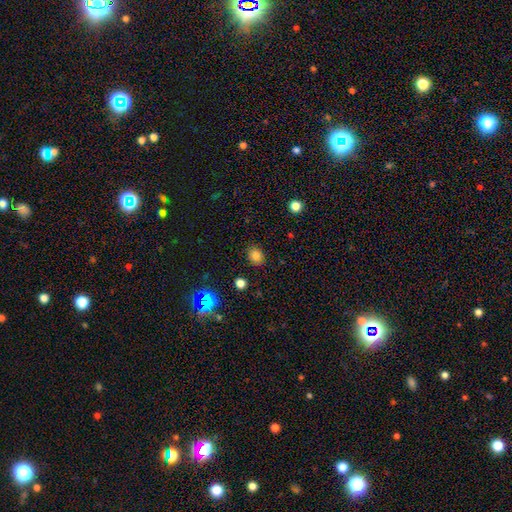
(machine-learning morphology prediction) This is clearly a smooth galaxy (81%). How rounded: possibly round (54%). Merging: clearly none (88%).